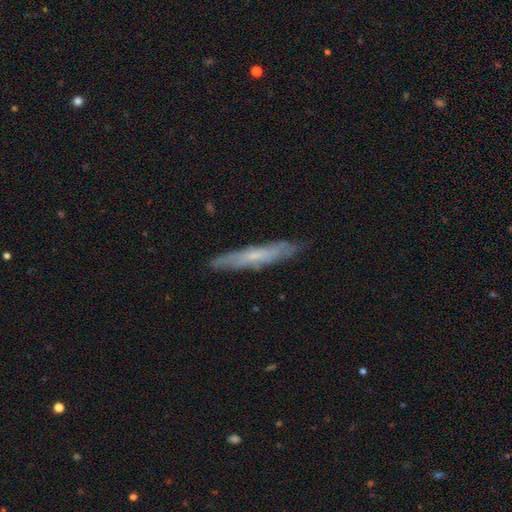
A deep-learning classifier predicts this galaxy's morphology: Smooth or featured?
  - featured or disk: 53% *
  - smooth: 41%
  - star or artifact: 7%
Edge-on disk?
  - yes: 76% *
  - no: 24%
Merging?
  - none: 85% *
  - minor disturbance: 12%
  - major disturbance: 2%
  - merger: 1%